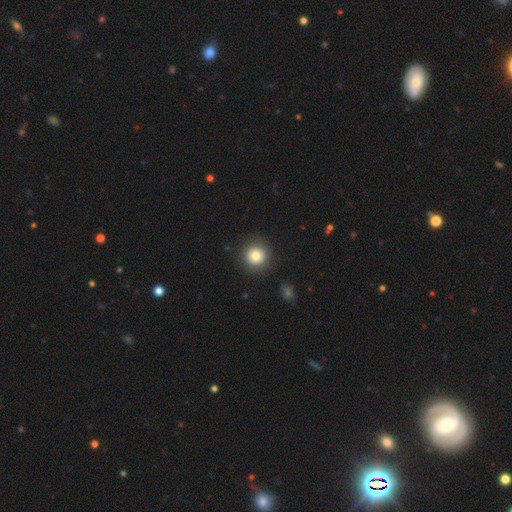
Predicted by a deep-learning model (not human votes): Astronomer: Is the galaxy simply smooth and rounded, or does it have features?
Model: smooth — 80%.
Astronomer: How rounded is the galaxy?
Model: round — 94%.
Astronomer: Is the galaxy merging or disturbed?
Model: none — 87%.